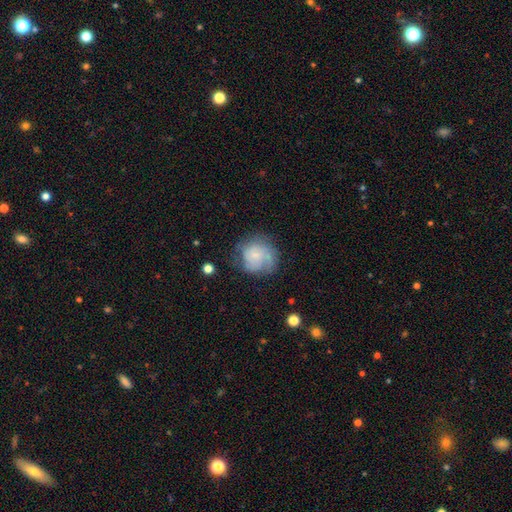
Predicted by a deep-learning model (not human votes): This appears to be a featured or disk galaxy (49%). Merging: none (56%).